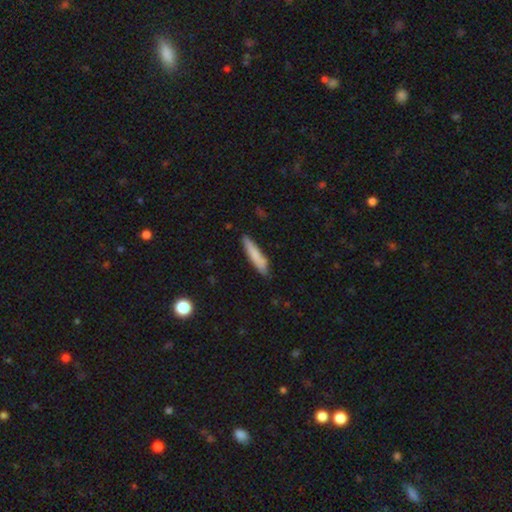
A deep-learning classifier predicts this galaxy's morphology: Smooth or featured: smooth — 78% (featured or disk — 16%)
How rounded: cigar-shaped — 87% (in between — 11%)
Merging: none — 83% (minor disturbance — 14%)